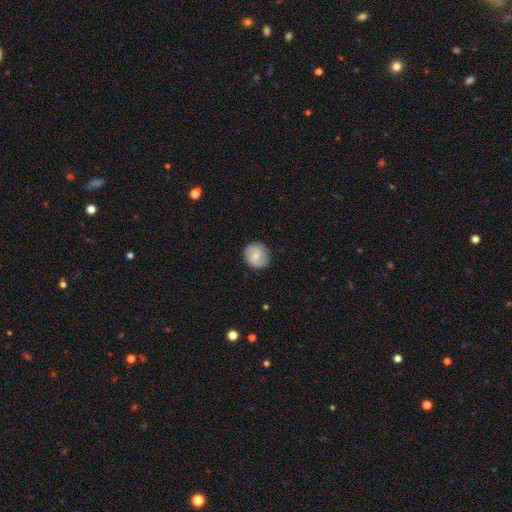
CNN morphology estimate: Smooth or featured? smooth (59%)
How rounded? round (81%)
Merging? none (83%)